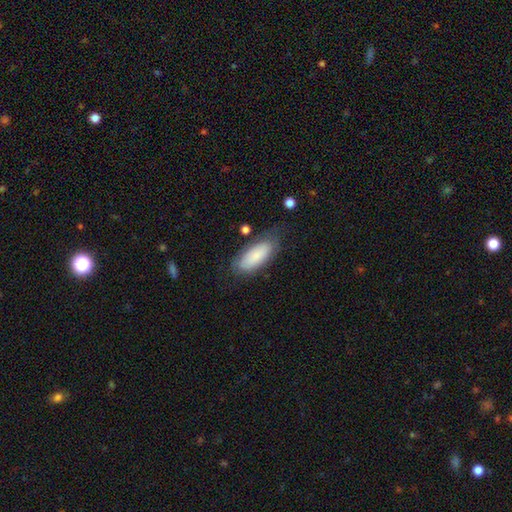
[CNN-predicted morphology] smooth_or_featured: smooth (p=0.78) [alt: featured or disk p=0.15]
how_rounded: in between (p=0.81) [alt: cigar-shaped p=0.17]
merging: none (p=0.69) [alt: minor disturbance p=0.21]